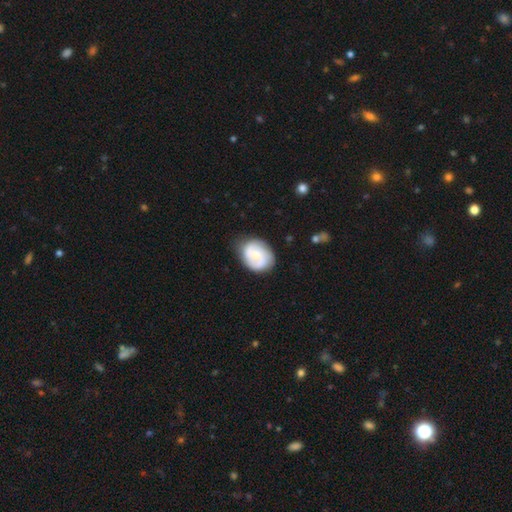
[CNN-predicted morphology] Smooth or featured: featured or disk — 54% (smooth — 40%)
Edge-on disk: no — 98% (yes — 2%)
Bar: no — 66% (weak — 29%)
Spiral arms: yes — 84% (no — 16%)
Bulge size: small — 46% (moderate — 40%)
Merging: none — 70% (minor disturbance — 21%)